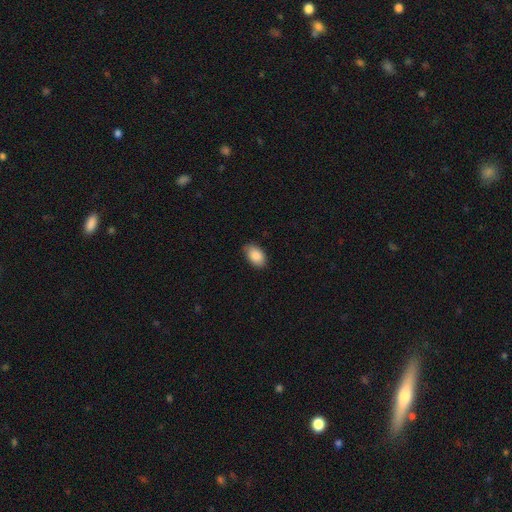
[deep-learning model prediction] Smooth or featured? smooth (86%)
How rounded? in between (91%)
Merging? none (81%)